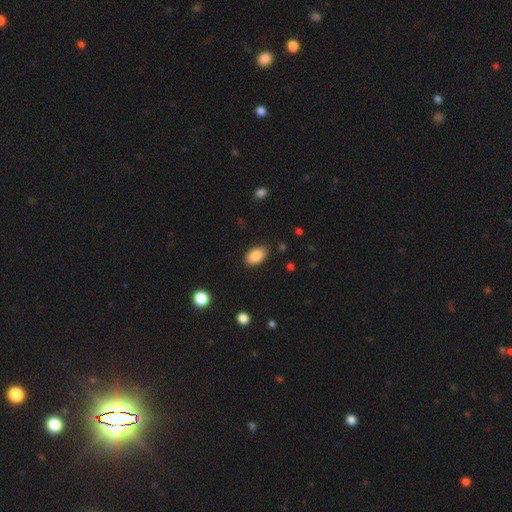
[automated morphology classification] smooth_or_featured: smooth (p=0.87) [alt: star or artifact p=0.07]
how_rounded: in between (p=0.92) [alt: round p=0.06]
merging: none (p=0.86) [alt: minor disturbance p=0.10]